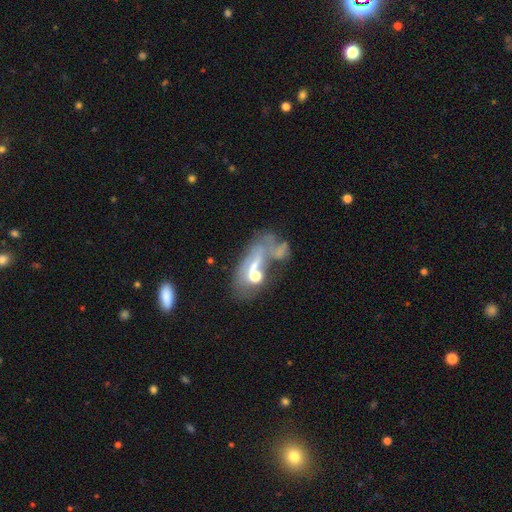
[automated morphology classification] Q: Smooth or featured?
A: featured or disk (49%); runner-up: smooth (33%)
Q: Merging?
A: merger (35%); runner-up: major disturbance (30%)